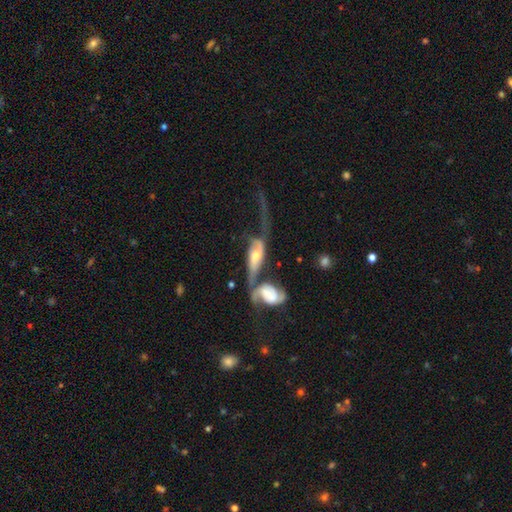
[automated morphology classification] Smooth or featured? Predicted: featured or disk (p=0.71). Edge-on disk? Predicted: no (p=0.80). Bar? Predicted: no (p=0.50). Spiral arms? Predicted: yes (p=0.82). Bulge size? Predicted: moderate (p=0.50). Merging? Predicted: merger (p=0.60).